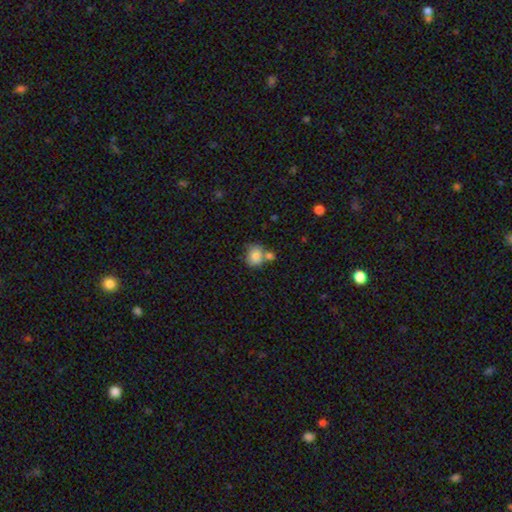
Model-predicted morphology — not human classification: Overall: smooth (81%). How rounded: round (69%; in between 30%). Merging: none (48%; merger 33%).